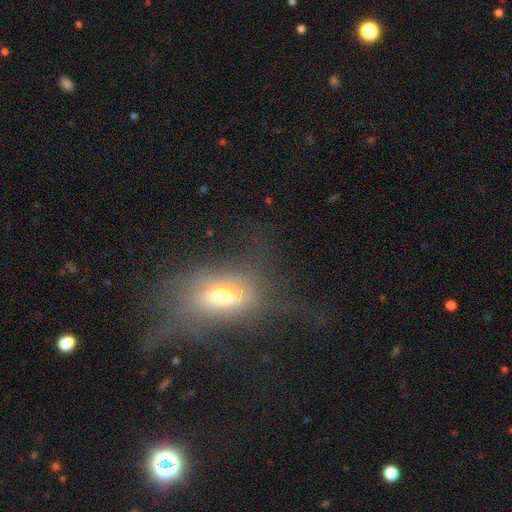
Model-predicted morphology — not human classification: Smooth or featured: smooth — 40% (featured or disk — 37%)
Merging: none — 43% (major disturbance — 33%)